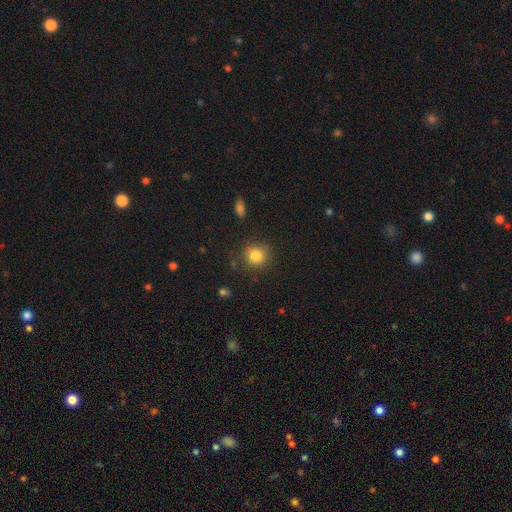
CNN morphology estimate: Smooth or featured? smooth (83%)
How rounded? round (89%)
Merging? none (83%)